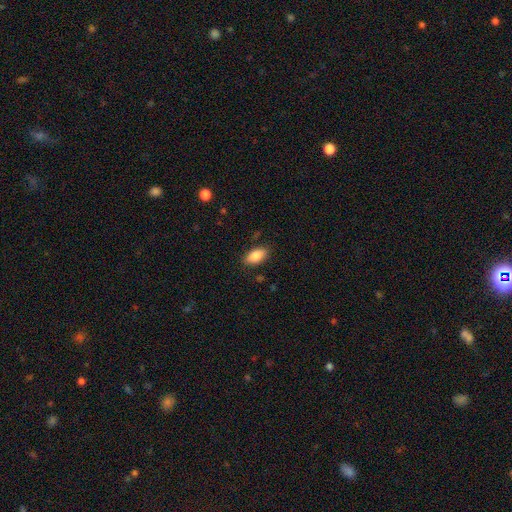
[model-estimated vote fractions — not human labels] This appears to be a smooth galaxy with no disk features (86%) that is in between round and cigar-shaped (92%). Merging: none (84%).